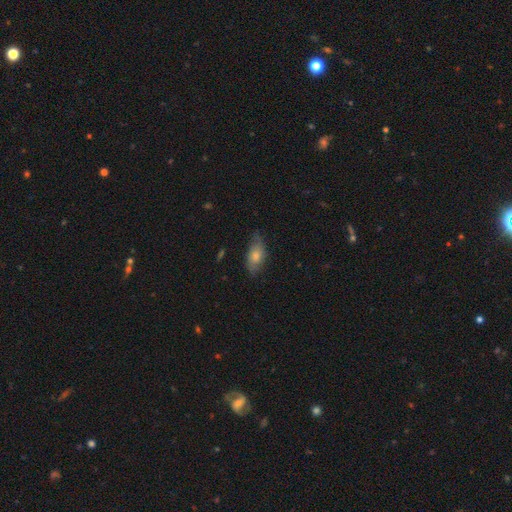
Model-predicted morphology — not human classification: smooth 65%, featured or disk 27%, star or artifact 7%. Down the decision tree: how rounded — in between (86%); merging — none (67%).